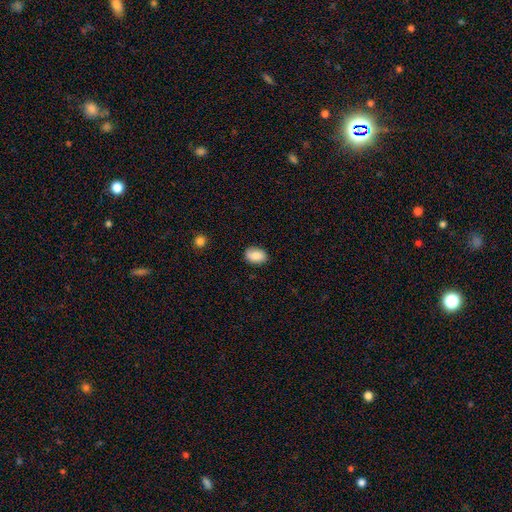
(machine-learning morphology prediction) smooth-or-featured: smooth: 83% | featured or disk: 9% | star or artifact: 8%
  how-rounded: in between: 81% | round: 18% | cigar-shaped: 1%
  merging: none: 83% | minor disturbance: 14% | major disturbance: 3% | merger: 1%